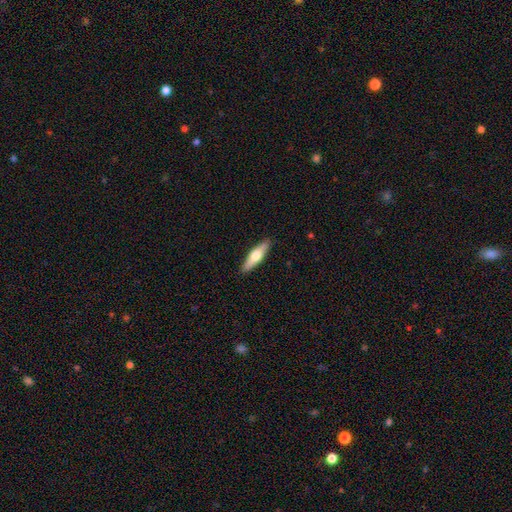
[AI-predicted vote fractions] Q: Smooth or featured?
A: smooth (53%); runner-up: featured or disk (42%)
Q: How rounded?
A: cigar-shaped (69%); runner-up: in between (29%)
Q: Merging?
A: none (90%); runner-up: minor disturbance (7%)